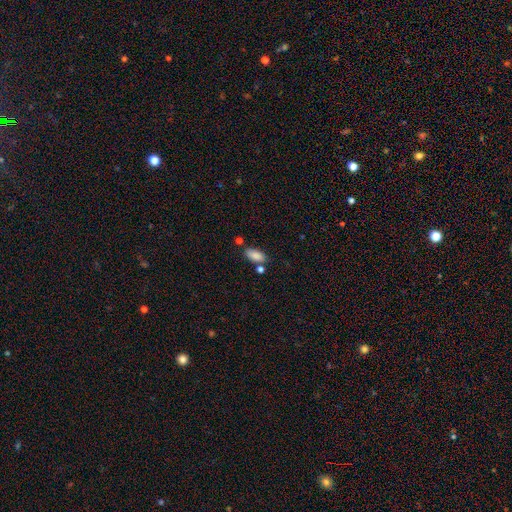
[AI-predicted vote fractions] A smooth galaxy with no disk features (86%) that is in between round and cigar-shaped (87%). Merging: none (71%).